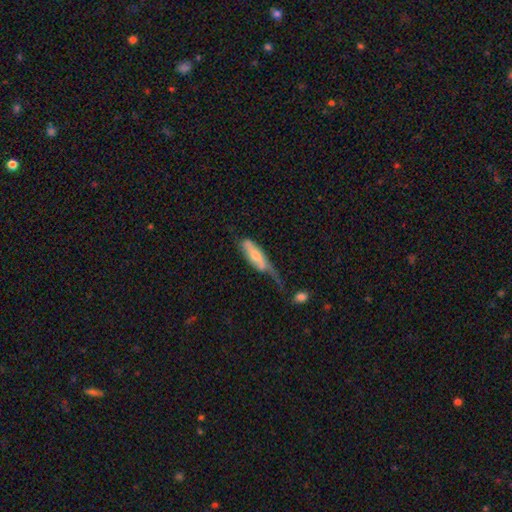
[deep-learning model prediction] Smooth or featured? Predicted: smooth (p=0.53). How rounded? Predicted: cigar-shaped (p=0.52). Merging? Predicted: major disturbance (p=0.36).